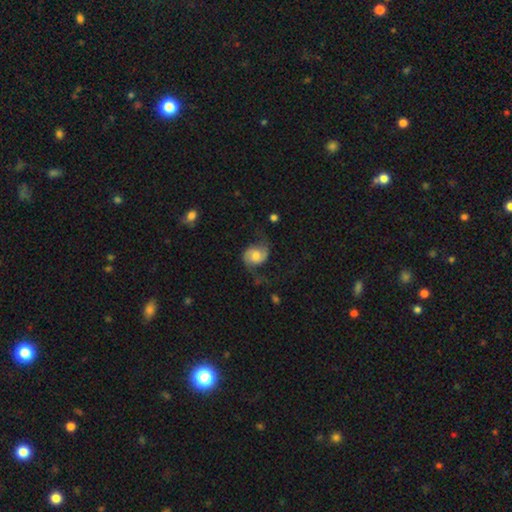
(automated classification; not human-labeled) Smooth or featured? featured or disk (64%)
Edge-on disk? no (97%)
Bar? no (63%)
Spiral arms? yes (90%)
Spiral winding? loose (51%)
Spiral arm count? 2 (88%)
Bulge size? moderate (62%)
Merging? none (57%)